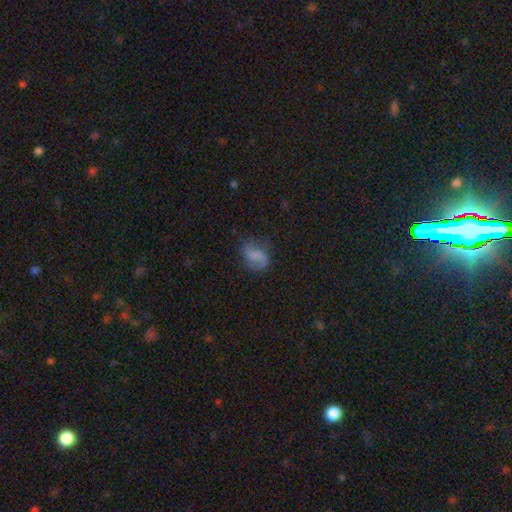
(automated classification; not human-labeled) featured or disk 46%, smooth 44%, star or artifact 10%. Down the decision tree: merging — none (65%).